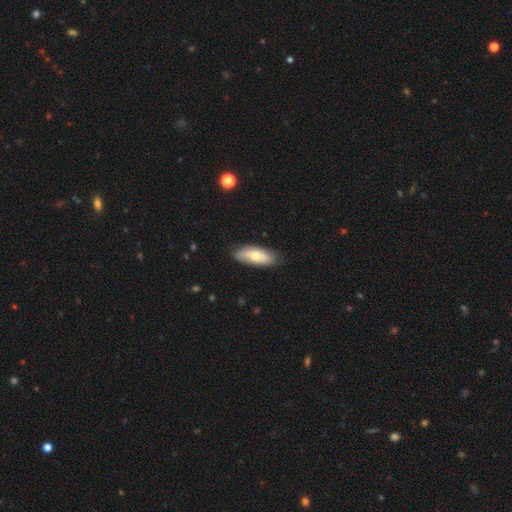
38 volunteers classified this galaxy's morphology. A smooth galaxy with no disk features (58%) that is in between round and cigar-shaped (86%). Merging: none (66%).